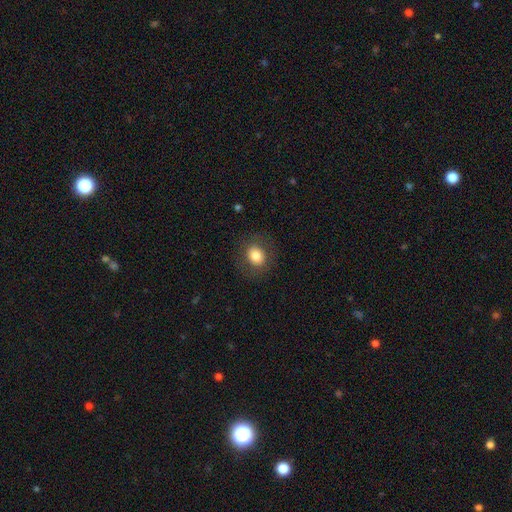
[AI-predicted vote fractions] A smooth galaxy with no disk features (80%) that is round (65%).

Vote fractions:
- Smooth or featured? smooth: 80% / featured or disk: 11% / star or artifact: 9%
- How rounded? round: 65% / in between: 34% / cigar-shaped: 1%
- Merging? none: 84% / minor disturbance: 10% / major disturbance: 5% / merger: 1%